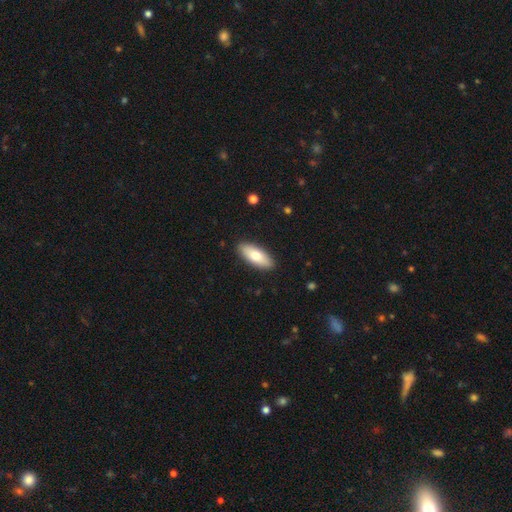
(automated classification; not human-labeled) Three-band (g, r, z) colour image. It shows a smooth galaxy with no disk features (76%) that is in between round and cigar-shaped (79%). Merging: none (89%).